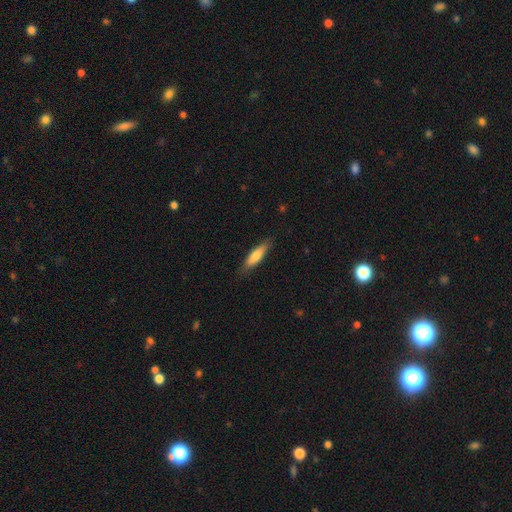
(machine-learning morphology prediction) A smooth galaxy with no disk features (75%) that is cigar-shaped (67%). Merging: none (83%).